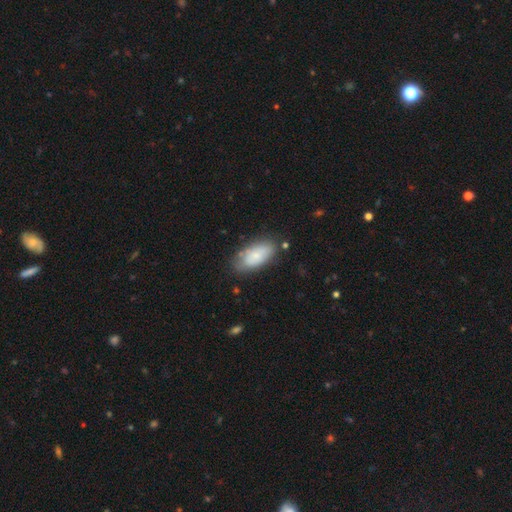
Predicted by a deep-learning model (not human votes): smooth 73%, featured or disk 20%, star or artifact 7%. Down the decision tree: how rounded — in between (92%); merging — none (71%).